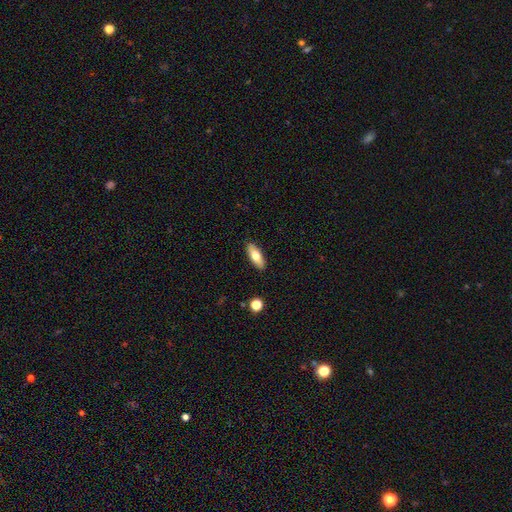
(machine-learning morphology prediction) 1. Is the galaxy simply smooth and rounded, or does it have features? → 69% smooth, 25% featured or disk, 6% star or artifact.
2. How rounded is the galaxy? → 67% in between, 30% cigar-shaped, 2% round.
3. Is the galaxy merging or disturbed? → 89% none, 8% minor disturbance, 2% major disturbance, 1% merger.